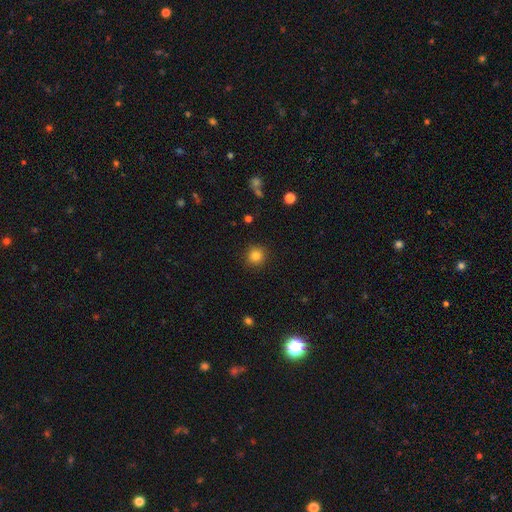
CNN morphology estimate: smooth-or-featured: smooth: 83% | star or artifact: 12% | featured or disk: 5%
  how-rounded: round: 93% | in between: 6% | cigar-shaped: 1%
  merging: none: 91% | minor disturbance: 6% | major disturbance: 2% | merger: 1%